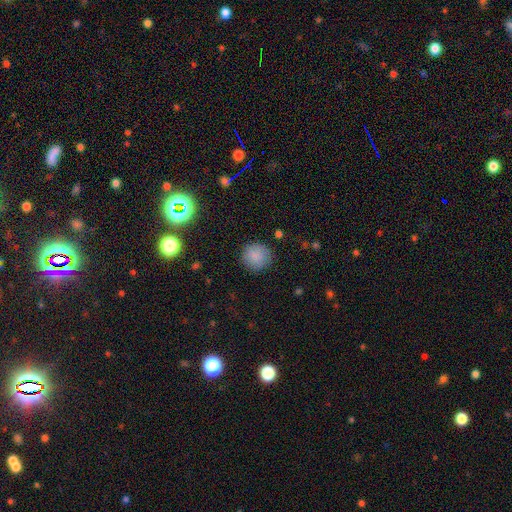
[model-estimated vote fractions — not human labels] A smooth galaxy with no disk features (86%) that is round (94%). Merging: none (88%).